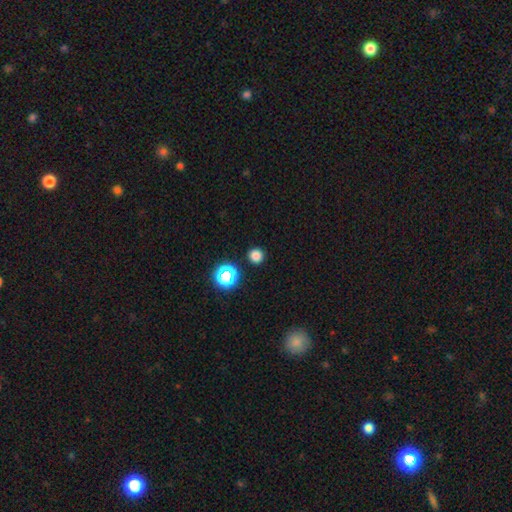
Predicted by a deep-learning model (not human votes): The model was most divided on "smooth or featured": smooth: 78%, star or artifact: 18%, featured or disk: 4%. More confident: how rounded — round (94%); merging — none (91%).